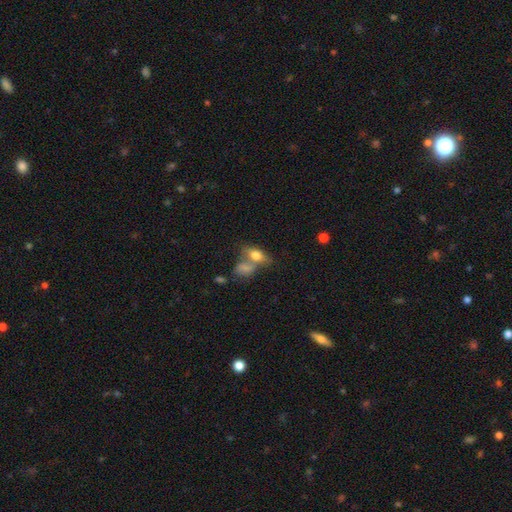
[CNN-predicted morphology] Overall: smooth (70%). How rounded: in between (80%). Merging: merger (45%; none 35%).